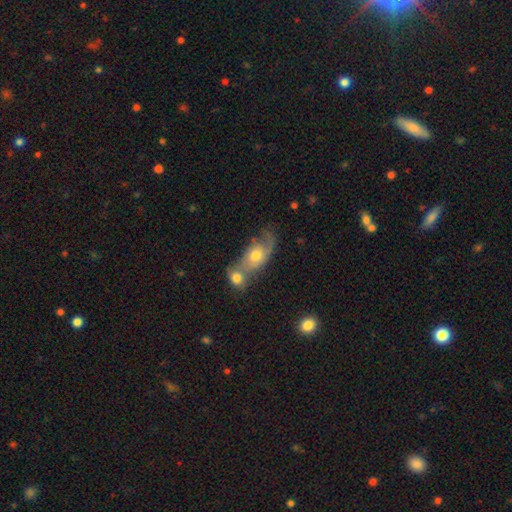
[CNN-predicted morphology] smooth 54%, featured or disk 38%, star or artifact 8%. Down the decision tree: how rounded — in between (78%); merging — merger (57%).